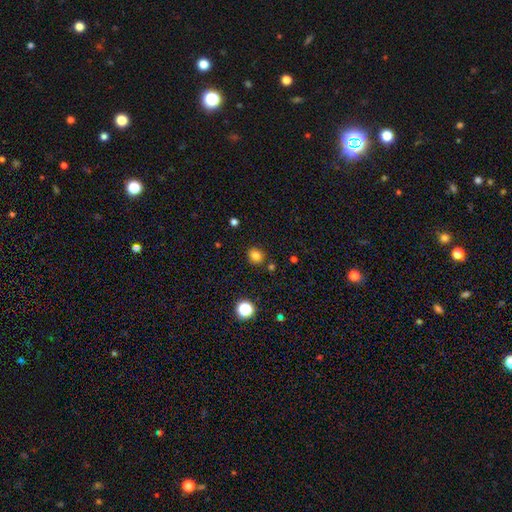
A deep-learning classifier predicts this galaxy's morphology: The model was most divided on "how rounded": round: 83%, in between: 16%, cigar-shaped: 1%. More confident: merging — none (87%); smooth or featured — smooth (80%).